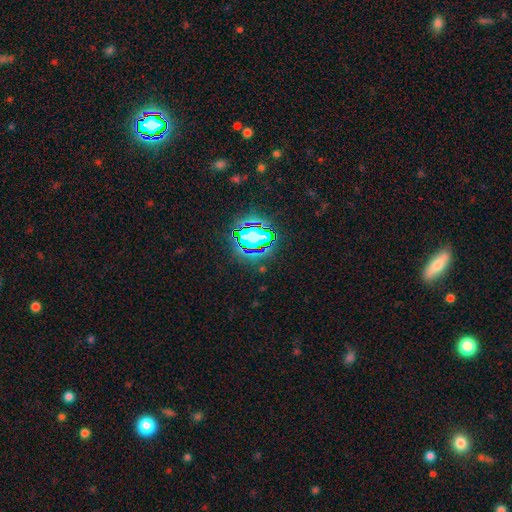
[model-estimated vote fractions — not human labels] Overall: star or artifact (81%).